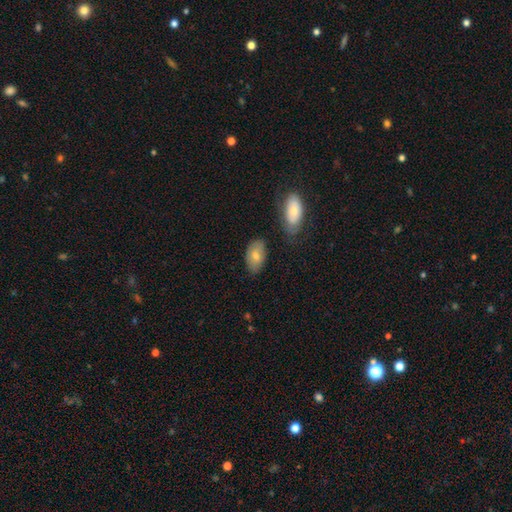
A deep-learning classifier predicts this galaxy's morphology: smooth-or-featured: smooth: 74% | featured or disk: 19% | star or artifact: 7%
  how-rounded: in between: 92% | round: 5% | cigar-shaped: 2%
  merging: none: 72% | minor disturbance: 18% | merger: 5% | major disturbance: 4%